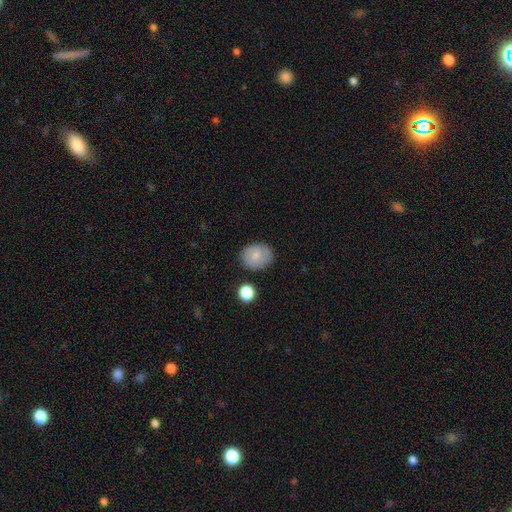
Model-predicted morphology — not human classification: smooth-or-featured: smooth: 79% | featured or disk: 13% | star or artifact: 8%
  how-rounded: round: 55% | in between: 44% | cigar-shaped: 1%
  merging: none: 79% | minor disturbance: 14% | major disturbance: 3% | merger: 3%